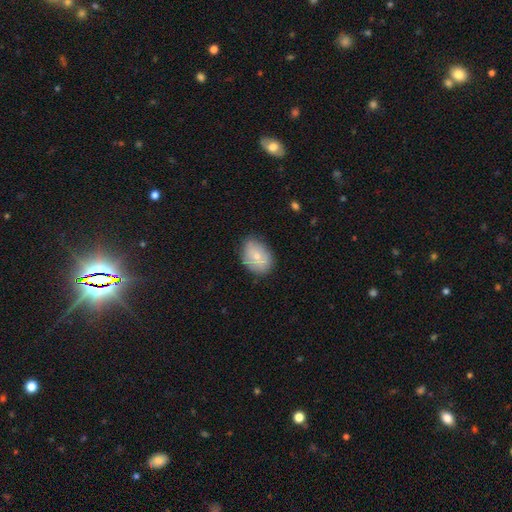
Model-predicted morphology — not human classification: Smooth or featured?
  - smooth: 69% *
  - featured or disk: 24%
  - star or artifact: 7%
How rounded?
  - in between: 78% *
  - round: 21%
  - cigar-shaped: 1%
Merging?
  - none: 72% *
  - minor disturbance: 22%
  - major disturbance: 5%
  - merger: 2%